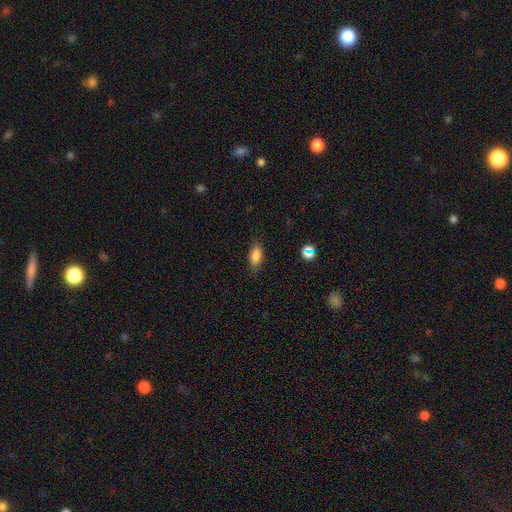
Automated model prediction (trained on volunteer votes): Smooth or featured? smooth (83%)
How rounded? in between (83%)
Merging? none (78%)